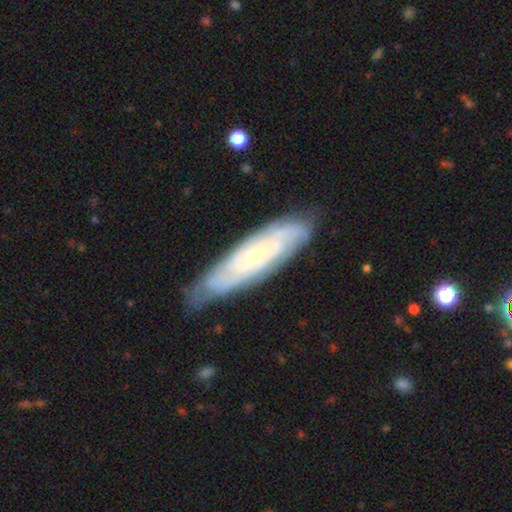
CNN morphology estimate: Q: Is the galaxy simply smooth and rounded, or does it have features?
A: featured or disk — 71%.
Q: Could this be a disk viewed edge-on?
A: no — 76%.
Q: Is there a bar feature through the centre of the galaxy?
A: no — 73%.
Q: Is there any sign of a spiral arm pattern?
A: yes — 89%.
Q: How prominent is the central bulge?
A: small — 77%.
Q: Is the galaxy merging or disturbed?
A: none — 74%.